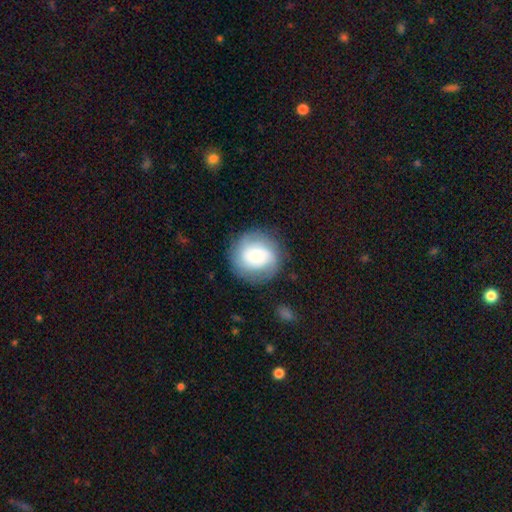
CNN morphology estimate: smooth_or_featured: featured or disk (p=0.49) [alt: smooth p=0.43]
merging: none (p=0.82) [alt: minor disturbance p=0.12]